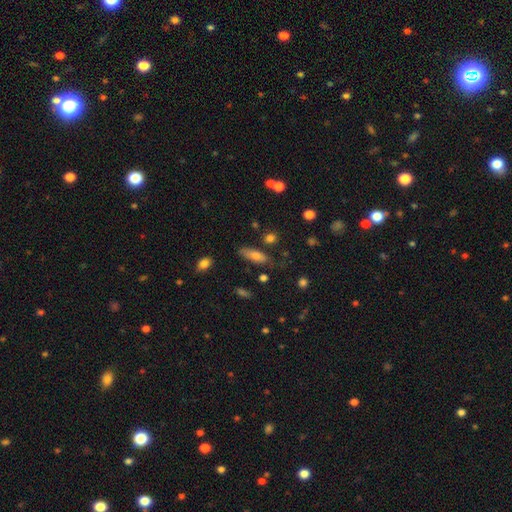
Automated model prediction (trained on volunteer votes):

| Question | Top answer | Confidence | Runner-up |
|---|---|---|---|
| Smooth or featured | smooth | 73% | featured or disk (19%) |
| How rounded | in between | 63% | cigar-shaped (34%) |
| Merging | none | 67% | minor disturbance (23%) |